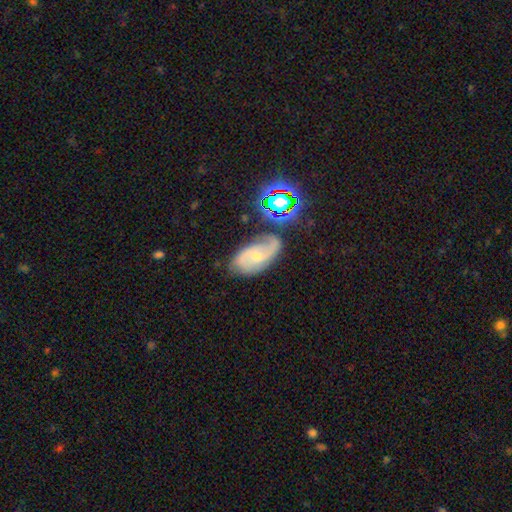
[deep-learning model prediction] A featured or disk galaxy (70%) with no bar (52%), 2 (75%) medium (47%) spiral arms (93%) and a small central bulge (58%). Merging: none (62%).